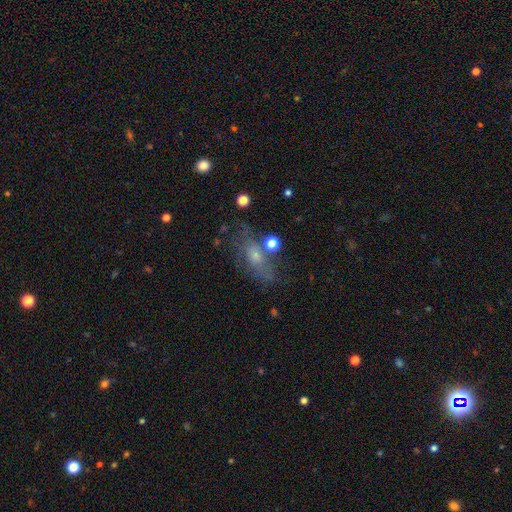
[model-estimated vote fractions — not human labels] Smooth or featured?
  - smooth: 43% *
  - featured or disk: 42%
  - star or artifact: 14%
Merging?
  - none: 50% *
  - minor disturbance: 23%
  - major disturbance: 19%
  - merger: 8%